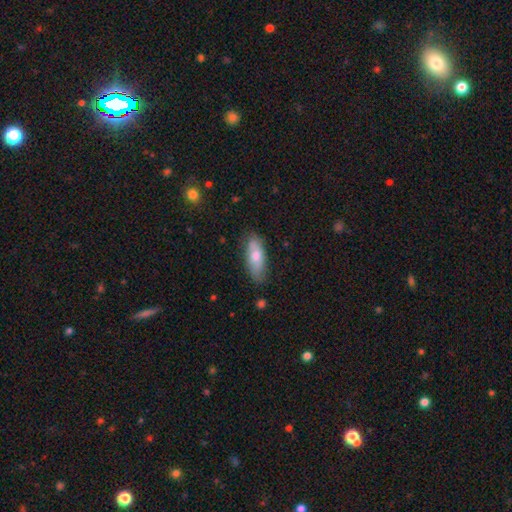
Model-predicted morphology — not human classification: Smooth or featured? smooth (70%)
How rounded? in between (73%)
Merging? none (70%)